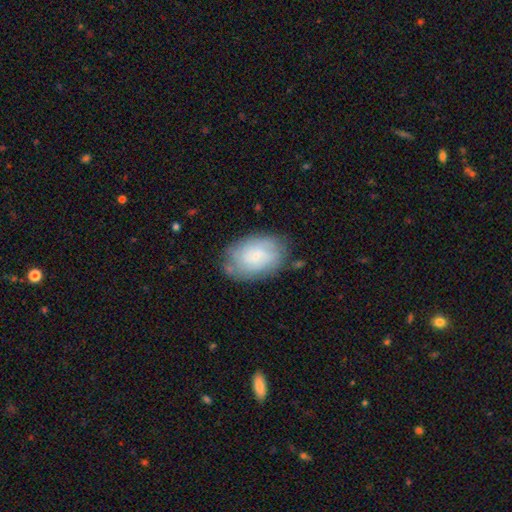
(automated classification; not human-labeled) Smooth or featured? smooth (50%)
How rounded? in between (85%)
Merging? none (72%)